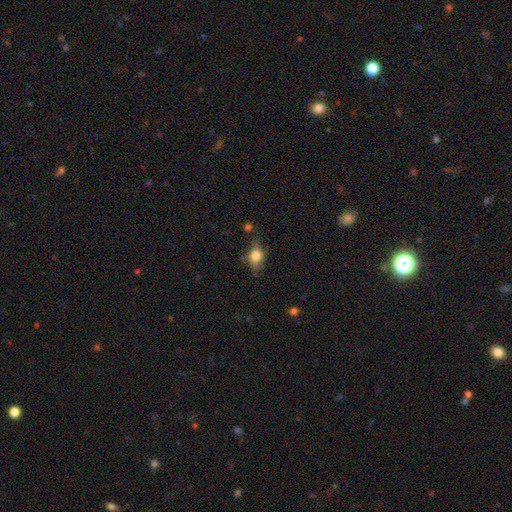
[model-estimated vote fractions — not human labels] Smooth or featured: smooth — 68% (featured or disk — 22%)
How rounded: in between — 69% (round — 24%)
Merging: none — 56% (minor disturbance — 29%)